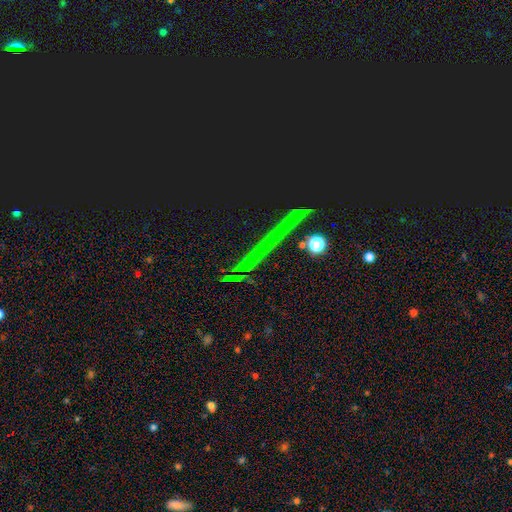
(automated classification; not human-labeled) Overall: star or artifact (79%).